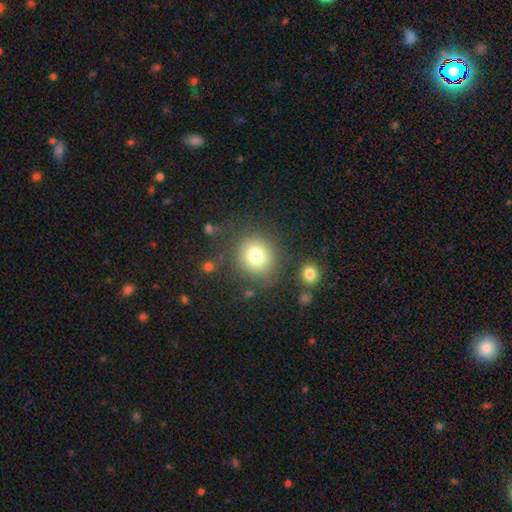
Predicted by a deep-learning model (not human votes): Smooth or featured? Predicted: smooth (p=0.77). How rounded? Predicted: round (p=0.81). Merging? Predicted: none (p=0.80).